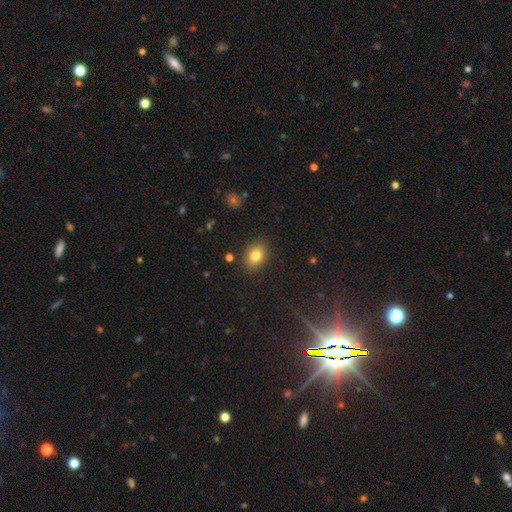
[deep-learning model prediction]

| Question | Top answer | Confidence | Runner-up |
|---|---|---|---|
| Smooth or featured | smooth | 82% | star or artifact (10%) |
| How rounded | in between | 66% | round (33%) |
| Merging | none | 86% | minor disturbance (10%) |